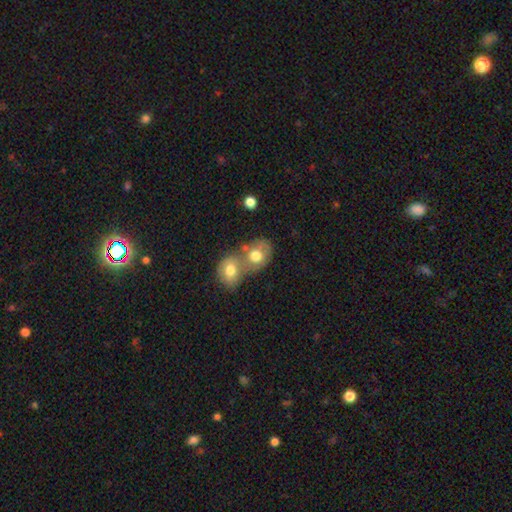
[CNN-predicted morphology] Overall: smooth (69%). How rounded: in between (53%; round 46%). Merging: merger (70%).